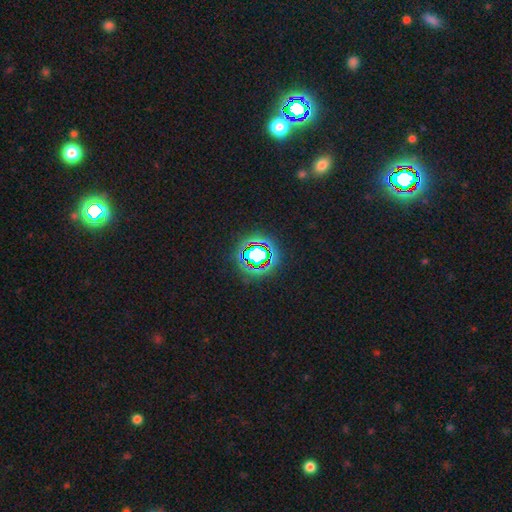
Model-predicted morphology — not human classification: A star or artifact, not a galaxy (65%).

Vote fractions:
- Smooth or featured? star or artifact: 65% / smooth: 21% / featured or disk: 13%